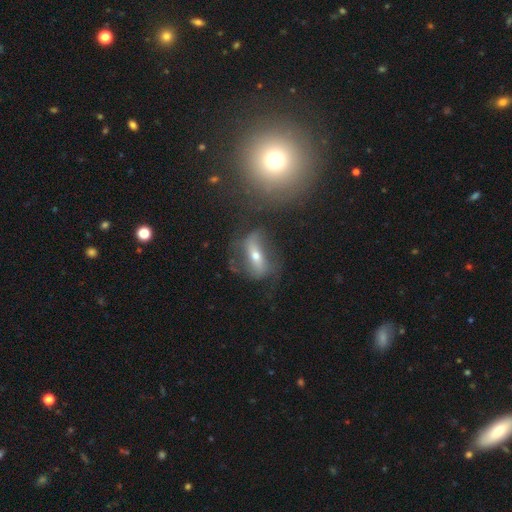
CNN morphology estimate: Smooth or featured? Predicted: featured or disk (p=0.64). Edge-on disk? Predicted: no (p=0.77). Merging? Predicted: none (p=0.50).